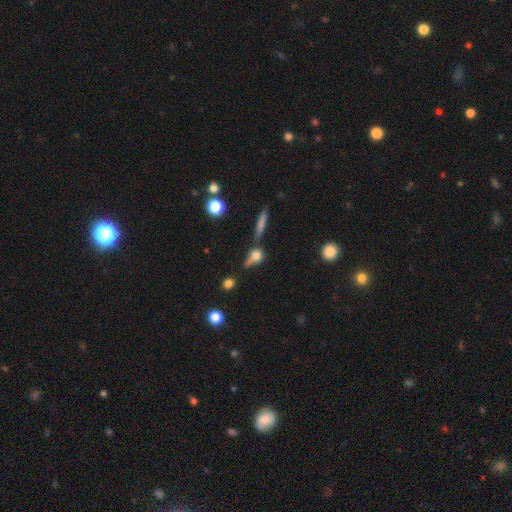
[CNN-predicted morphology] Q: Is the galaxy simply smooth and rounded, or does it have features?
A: smooth — 61%.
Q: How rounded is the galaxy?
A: round — 54%.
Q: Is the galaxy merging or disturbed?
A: none — 48%.